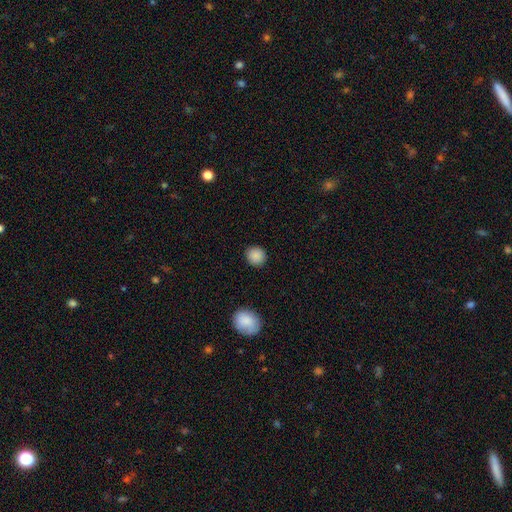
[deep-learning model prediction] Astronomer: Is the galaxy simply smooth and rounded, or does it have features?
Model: smooth — 88%.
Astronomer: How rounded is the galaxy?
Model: round — 88%.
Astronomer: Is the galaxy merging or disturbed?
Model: none — 90%.